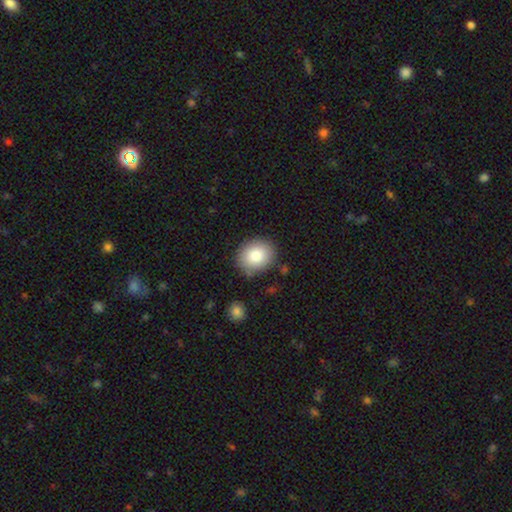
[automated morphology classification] A smooth galaxy with no disk features (83%) that is round (60%).

Vote fractions:
- Smooth or featured? smooth: 83% / featured or disk: 9% / star or artifact: 8%
- How rounded? round: 60% / in between: 39% / cigar-shaped: 1%
- Merging? none: 84% / minor disturbance: 11% / major disturbance: 3% / merger: 2%